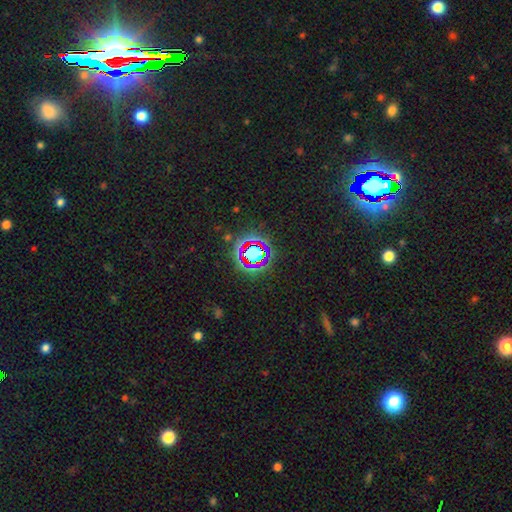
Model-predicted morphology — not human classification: A star or artifact, not a galaxy (66%).

Vote fractions:
- Smooth or featured? star or artifact: 66% / smooth: 21% / featured or disk: 13%